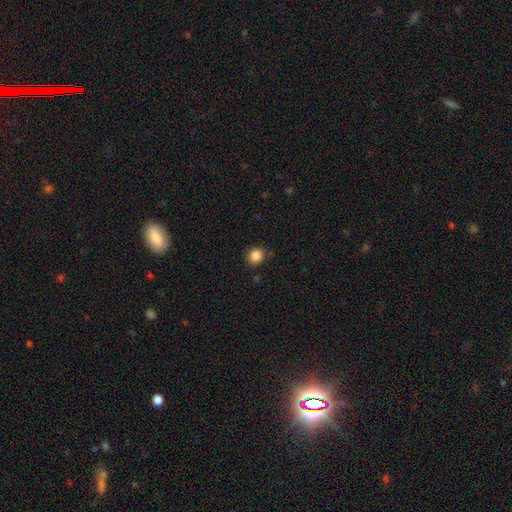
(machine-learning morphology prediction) A smooth galaxy with no disk features (86%) that is round (81%).

Vote fractions:
- Smooth or featured? smooth: 86% / star or artifact: 10% / featured or disk: 4%
- How rounded? round: 81% / in between: 18% / cigar-shaped: 1%
- Merging? none: 84% / minor disturbance: 11% / major disturbance: 3% / merger: 2%